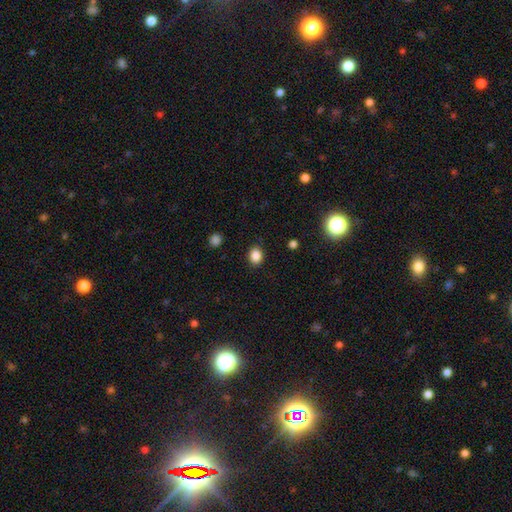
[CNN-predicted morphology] smooth_or_featured: smooth (p=0.86) [alt: star or artifact p=0.11]
how_rounded: round (p=0.50) [alt: in between p=0.49]
merging: none (p=0.88) [alt: minor disturbance p=0.09]